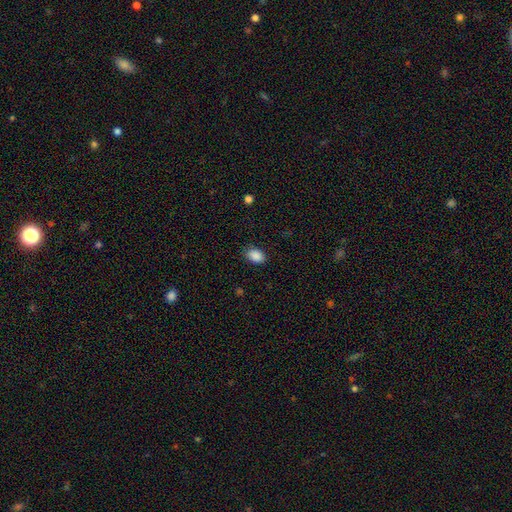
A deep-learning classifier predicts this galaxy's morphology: A smooth galaxy with no disk features (89%) that is in between round and cigar-shaped (86%). Merging: none (83%).